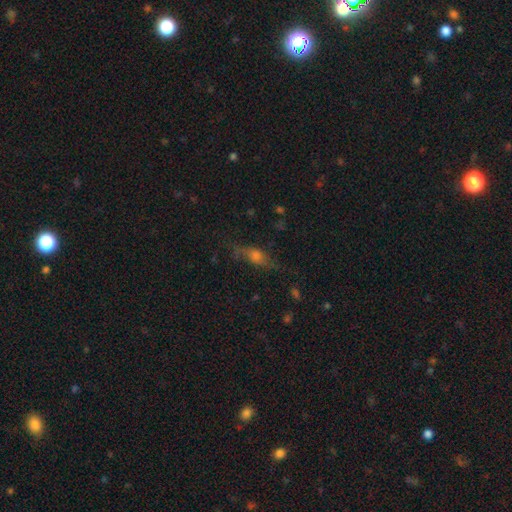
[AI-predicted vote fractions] Smooth or featured? featured or disk (41%)
Merging? none (67%)